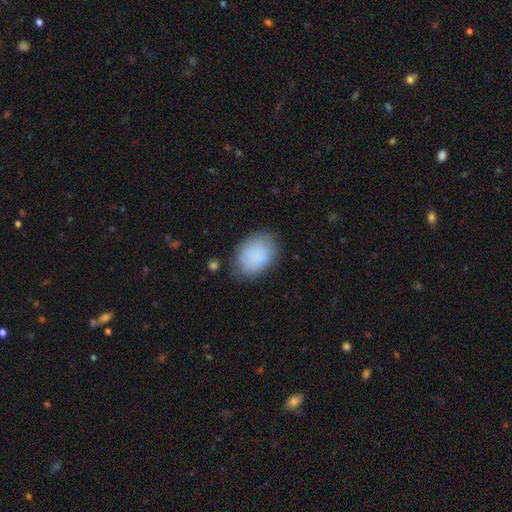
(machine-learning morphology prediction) Overall: smooth (87%). How rounded: in between (76%). Merging: none (75%).